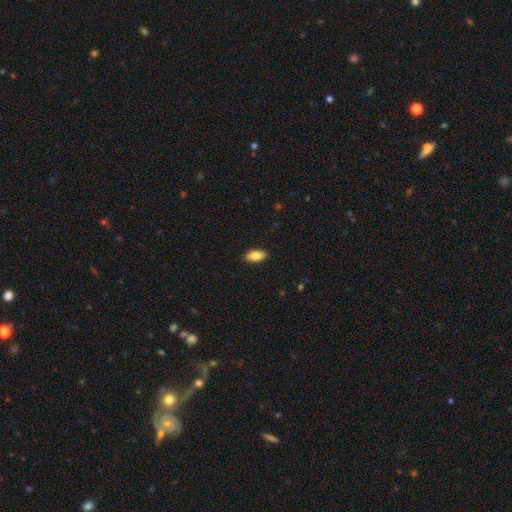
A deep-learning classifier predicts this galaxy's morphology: Smooth or featured: smooth — 85% (featured or disk — 8%)
How rounded: in between — 88% (cigar-shaped — 10%)
Merging: none — 90% (minor disturbance — 8%)